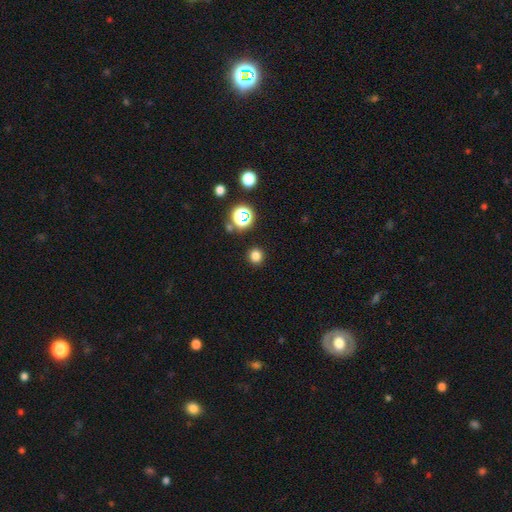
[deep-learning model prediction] smooth 78%, star or artifact 18%, featured or disk 5%. Down the decision tree: how rounded — round (91%); merging — none (90%).